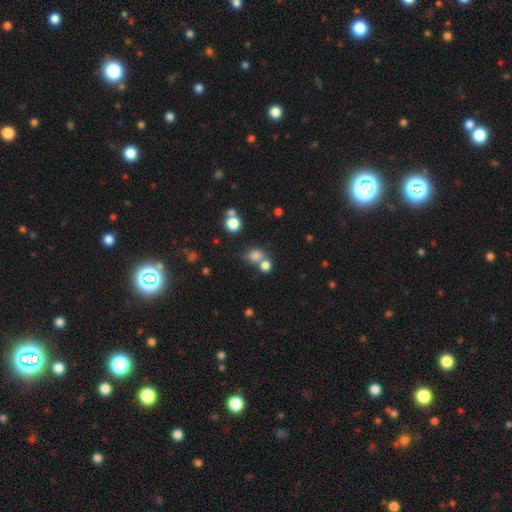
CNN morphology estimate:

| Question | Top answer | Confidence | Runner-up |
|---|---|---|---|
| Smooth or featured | smooth | 77% | star or artifact (16%) |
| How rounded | round | 62% | in between (37%) |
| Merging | none | 49% | merger (36%) |